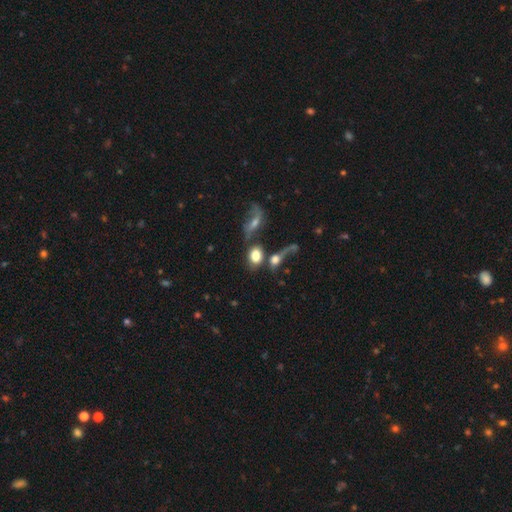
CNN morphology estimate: Smooth or featured: smooth — 75% (featured or disk — 15%)
How rounded: in between — 67% (round — 31%)
Merging: merger — 39% (none — 36%)